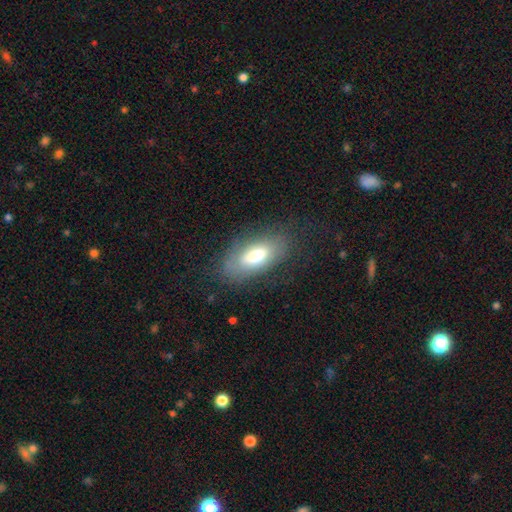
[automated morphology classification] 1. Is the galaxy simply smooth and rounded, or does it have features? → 69% smooth, 23% featured or disk, 8% star or artifact.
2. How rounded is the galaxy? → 87% in between, 10% cigar-shaped, 3% round.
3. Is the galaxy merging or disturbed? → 74% none, 17% minor disturbance, 8% major disturbance, 1% merger.